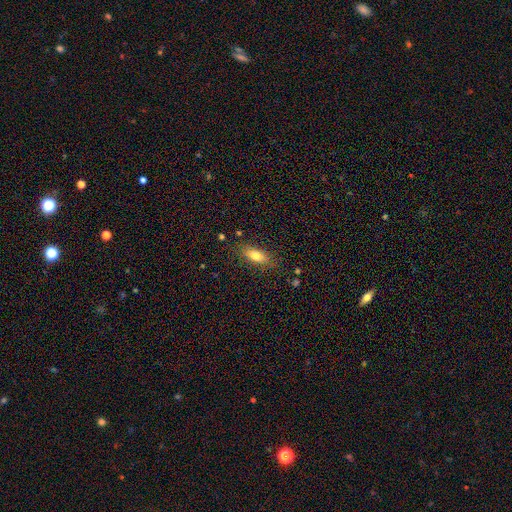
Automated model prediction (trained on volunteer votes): smooth 76%, featured or disk 16%, star or artifact 8%. Down the decision tree: how rounded — in between (74%); merging — none (82%).